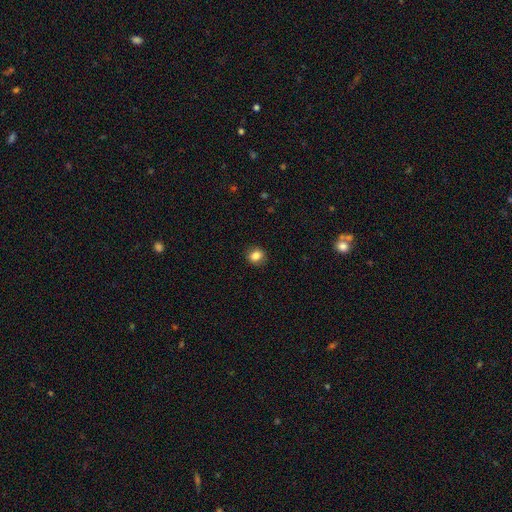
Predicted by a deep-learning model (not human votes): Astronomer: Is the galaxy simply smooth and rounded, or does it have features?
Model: smooth — 85%.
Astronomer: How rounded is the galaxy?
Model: round — 72%.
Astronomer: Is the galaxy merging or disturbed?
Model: none — 89%.